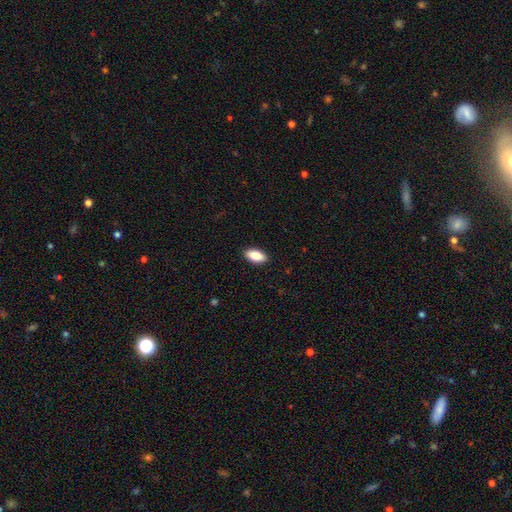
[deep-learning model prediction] A smooth galaxy with no disk features (85%) that is in between round and cigar-shaped (90%). Merging: none (90%).